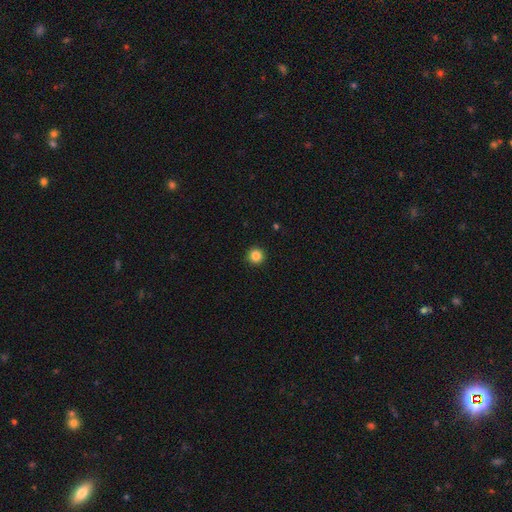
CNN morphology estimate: Smooth or featured?
  - smooth: 85% *
  - star or artifact: 11%
  - featured or disk: 4%
How rounded?
  - round: 96% *
  - in between: 3%
  - cigar-shaped: 1%
Merging?
  - none: 93% *
  - minor disturbance: 4%
  - major disturbance: 2%
  - merger: 1%